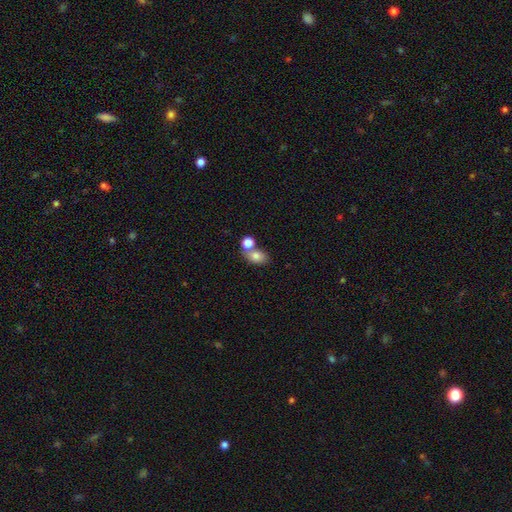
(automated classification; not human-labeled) Smooth or featured? Predicted: smooth (p=0.78). How rounded? Predicted: in between (p=0.74). Merging? Predicted: none (p=0.48).